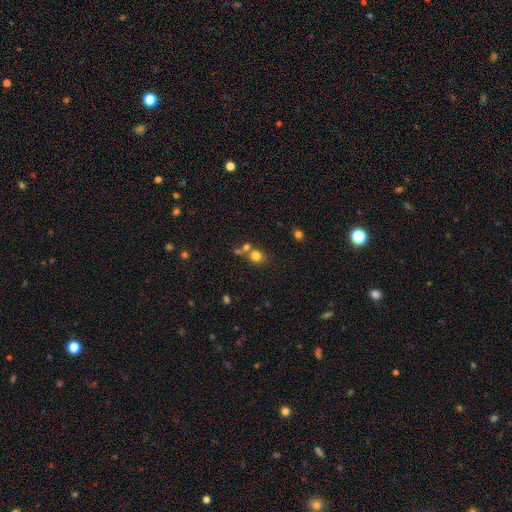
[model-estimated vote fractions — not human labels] smooth_or_featured: smooth (p=0.77) [alt: star or artifact p=0.13]
how_rounded: round (p=0.70) [alt: in between p=0.29]
merging: none (p=0.48) [alt: merger p=0.37]